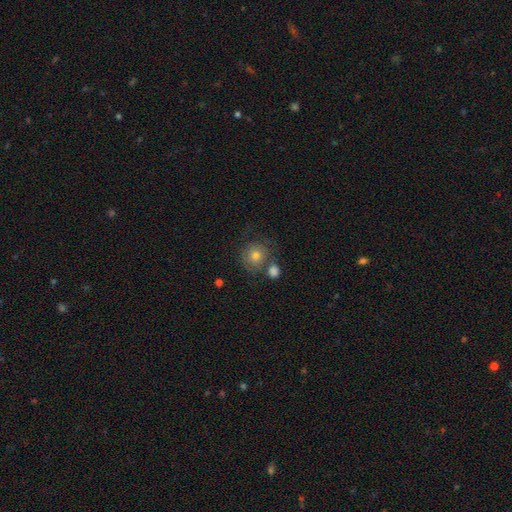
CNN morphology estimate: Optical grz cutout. It shows a smooth galaxy with no disk features (66%) that is round (89%). Merging: none (65%).